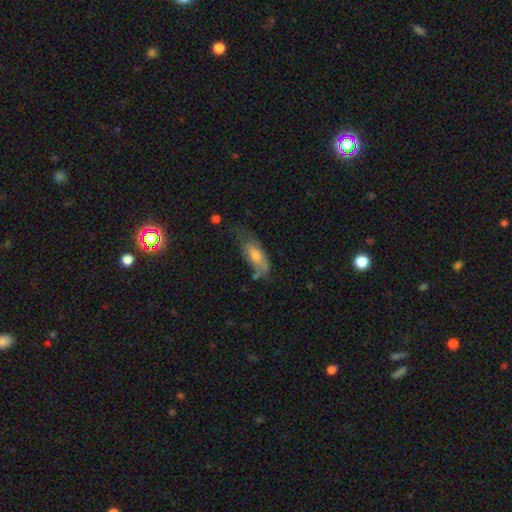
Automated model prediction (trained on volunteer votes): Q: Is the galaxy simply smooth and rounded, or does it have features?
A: smooth — 61%.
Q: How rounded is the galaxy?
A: in between — 77%.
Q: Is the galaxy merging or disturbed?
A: none — 35%.